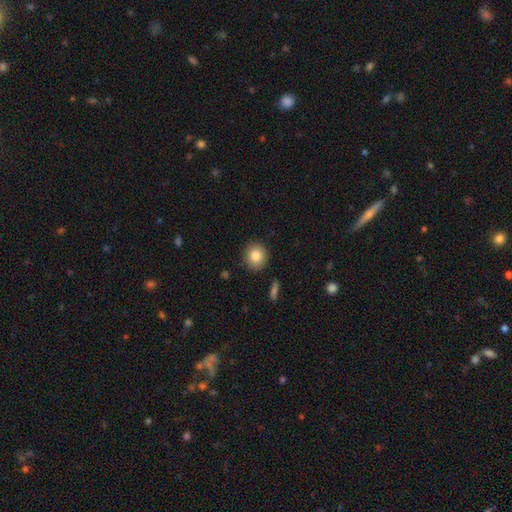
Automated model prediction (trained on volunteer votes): Smooth or featured? Predicted: smooth (p=0.83). How rounded? Predicted: round (p=0.84). Merging? Predicted: none (p=0.90).